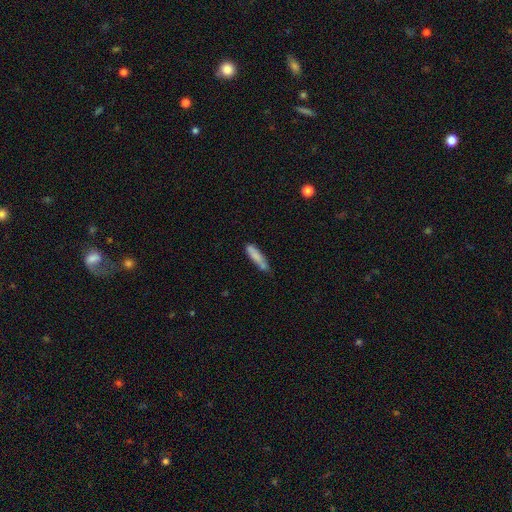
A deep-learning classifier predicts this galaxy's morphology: Smooth or featured: smooth — 79% (featured or disk — 13%)
How rounded: cigar-shaped — 77% (in between — 21%)
Merging: none — 52% (minor disturbance — 30%)